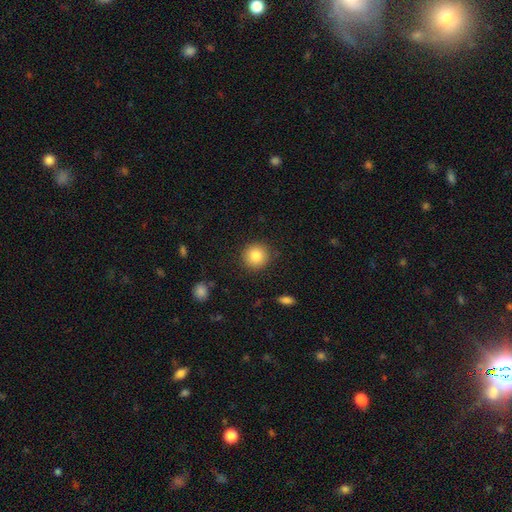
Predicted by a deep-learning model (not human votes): A smooth galaxy with no disk features (83%) that is round (93%). Merging: none (88%).